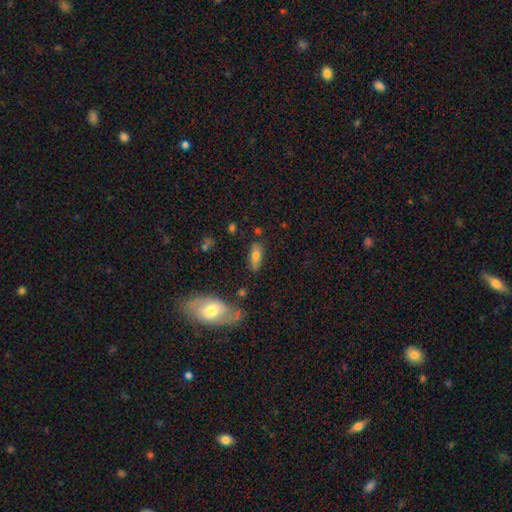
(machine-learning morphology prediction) Overall: smooth (68%). How rounded: in between (75%). Merging: none (77%).